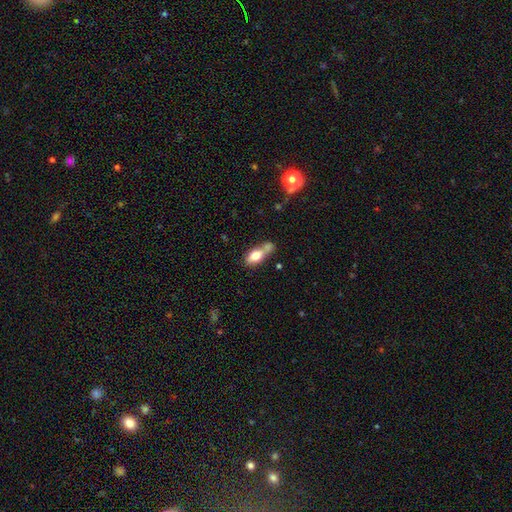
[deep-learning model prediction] Q: Smooth or featured?
A: smooth (71%); runner-up: featured or disk (21%)
Q: How rounded?
A: in between (79%); runner-up: cigar-shaped (14%)
Q: Merging?
A: merger (38%); runner-up: none (34%)